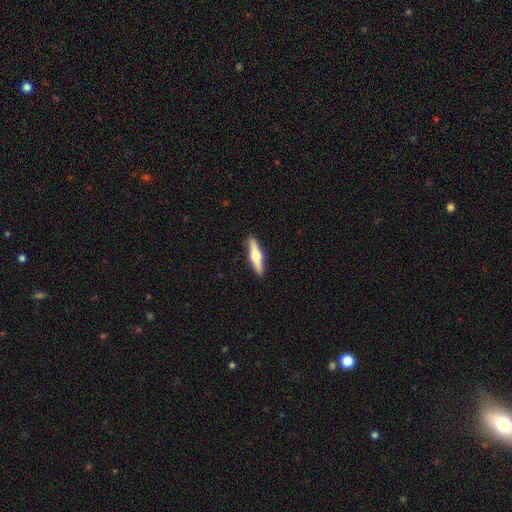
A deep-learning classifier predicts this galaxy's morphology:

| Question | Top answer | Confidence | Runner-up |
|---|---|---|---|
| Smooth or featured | featured or disk | 57% | smooth (38%) |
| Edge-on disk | yes | 96% | no (4%) |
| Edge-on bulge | rounded | 94% | boxy (4%) |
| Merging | none | 91% | minor disturbance (6%) |